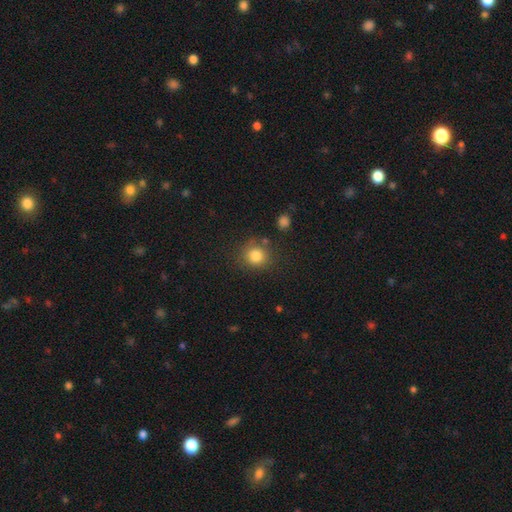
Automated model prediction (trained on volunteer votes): smooth 83%, star or artifact 11%, featured or disk 6%. Down the decision tree: how rounded — round (88%); merging — none (77%).